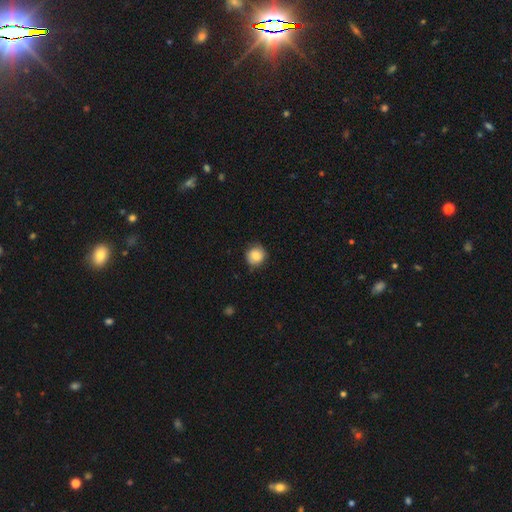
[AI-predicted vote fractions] A smooth galaxy with no disk features (83%) that is round (87%).

Vote fractions:
- Smooth or featured? smooth: 83% / featured or disk: 9% / star or artifact: 8%
- How rounded? round: 87% / in between: 12% / cigar-shaped: 1%
- Merging? none: 81% / minor disturbance: 15% / major disturbance: 3% / merger: 1%